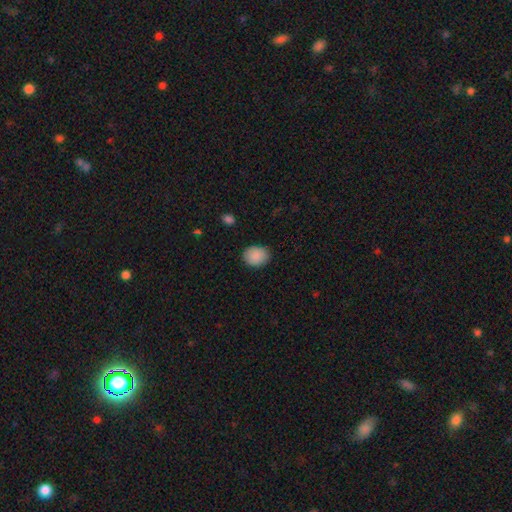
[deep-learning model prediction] Overall: smooth (89%). How rounded: round (53%; in between 47%). Merging: none (86%).